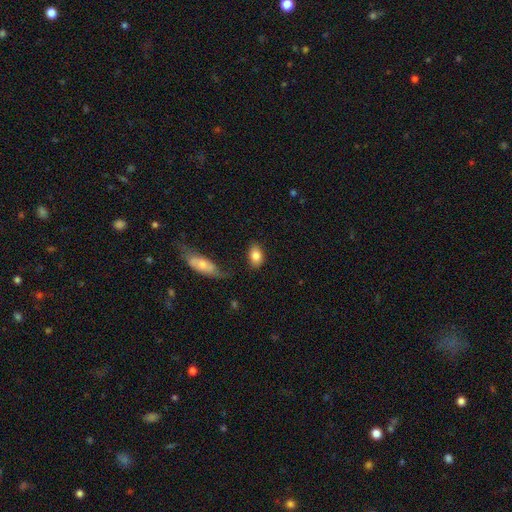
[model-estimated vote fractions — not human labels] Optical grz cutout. It shows a smooth galaxy with no disk features (83%) that is in between round and cigar-shaped (87%). Merging: none (77%).